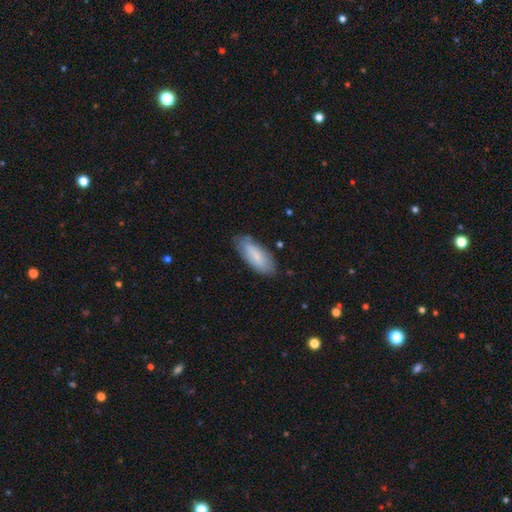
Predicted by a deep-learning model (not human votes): A smooth galaxy with no disk features (74%) that is in between round and cigar-shaped (78%). Merging: none (73%).